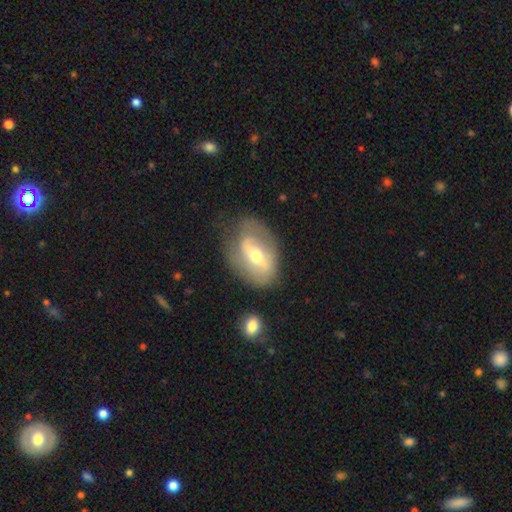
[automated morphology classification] The model was most divided on "bar": weak: 42%, strong: 36%, no: 22%. More confident: edge-on disk — no (93%); bulge size — moderate (68%); smooth or featured — featured or disk (66%); spiral arms — yes (65%); merging — none (60%).